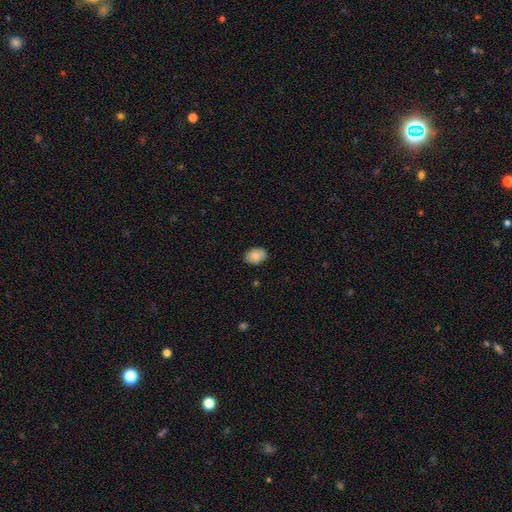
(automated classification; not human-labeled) Q: Smooth or featured?
A: smooth (81%); runner-up: featured or disk (11%)
Q: How rounded?
A: in between (72%); runner-up: round (27%)
Q: Merging?
A: none (82%); runner-up: minor disturbance (15%)